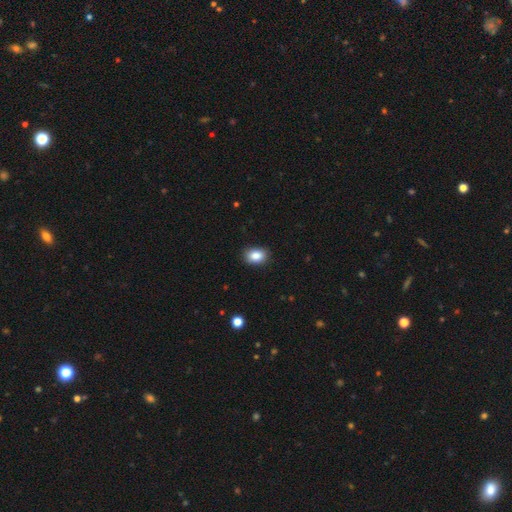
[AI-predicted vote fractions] Smooth or featured?
  - smooth: 87% *
  - star or artifact: 9%
  - featured or disk: 5%
How rounded?
  - in between: 74% *
  - round: 25%
  - cigar-shaped: 1%
Merging?
  - none: 88% *
  - minor disturbance: 9%
  - major disturbance: 2%
  - merger: 1%